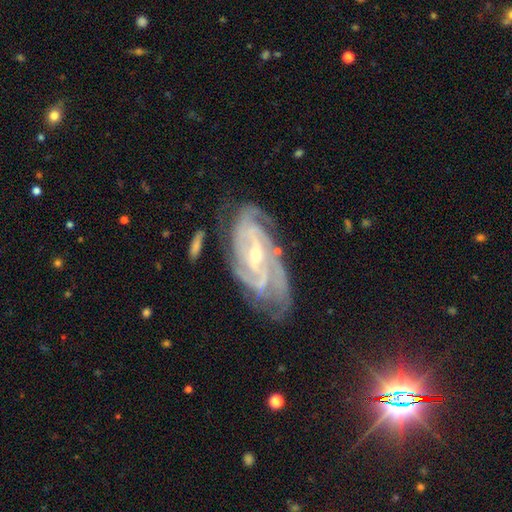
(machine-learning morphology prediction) Smooth or featured? Predicted: featured or disk (p=0.91). Edge-on disk? Predicted: no (p=0.95). Bar? Predicted: weak (p=0.41). Spiral arms? Predicted: yes (p=0.98). Spiral winding? Predicted: tight (p=0.66). Spiral arm count? Predicted: 3 (p=0.31). Bulge size? Predicted: small (p=0.63). Merging? Predicted: none (p=0.69).